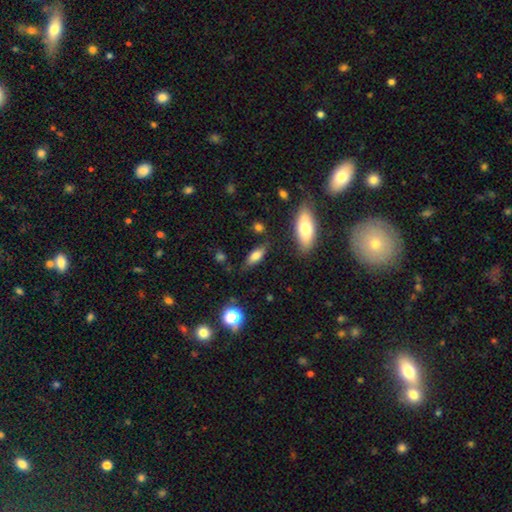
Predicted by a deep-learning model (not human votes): Smooth or featured: smooth — 71% (featured or disk — 20%)
How rounded: in between — 70% (cigar-shaped — 27%)
Merging: none — 72% (minor disturbance — 18%)